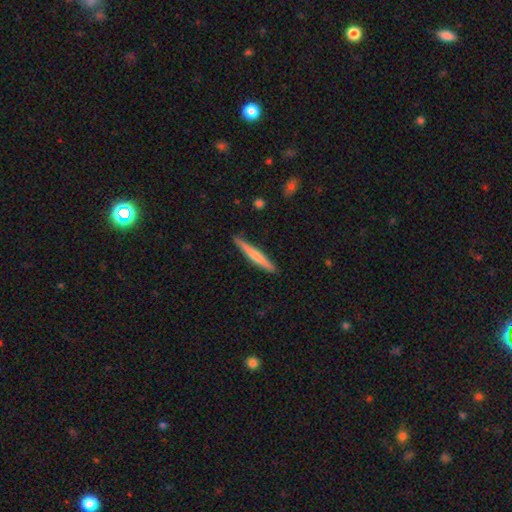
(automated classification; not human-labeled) A smooth galaxy with no disk features (59%) that is cigar-shaped (96%).

Vote fractions:
- Smooth or featured? smooth: 59% / featured or disk: 36% / star or artifact: 5%
- How rounded? cigar-shaped: 96% / in between: 3% / round: 1%
- Merging? none: 89% / minor disturbance: 9% / major disturbance: 1% / merger: 1%